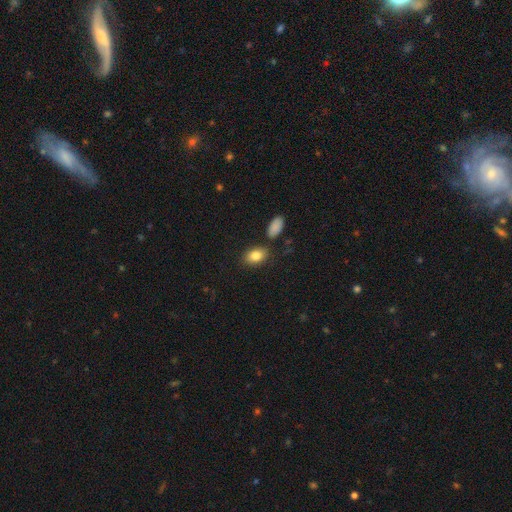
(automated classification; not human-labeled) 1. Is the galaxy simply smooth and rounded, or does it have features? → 85% smooth, 8% featured or disk, 8% star or artifact.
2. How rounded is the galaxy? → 86% in between, 13% round, 2% cigar-shaped.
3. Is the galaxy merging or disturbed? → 79% none, 12% minor disturbance, 6% merger, 3% major disturbance.